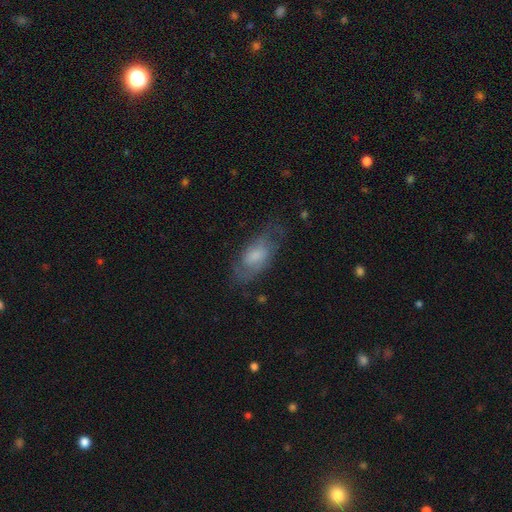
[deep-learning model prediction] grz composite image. It shows a featured or disk galaxy (47%). Merging: none (62%).